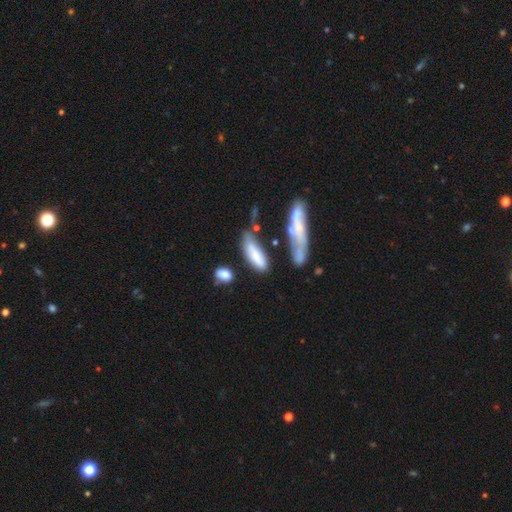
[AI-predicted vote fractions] smooth-or-featured: smooth: 72% | featured or disk: 21% | star or artifact: 7%
  how-rounded: in between: 53% | cigar-shaped: 45% | round: 2%
  merging: none: 43% | minor disturbance: 27% | merger: 17% | major disturbance: 14%